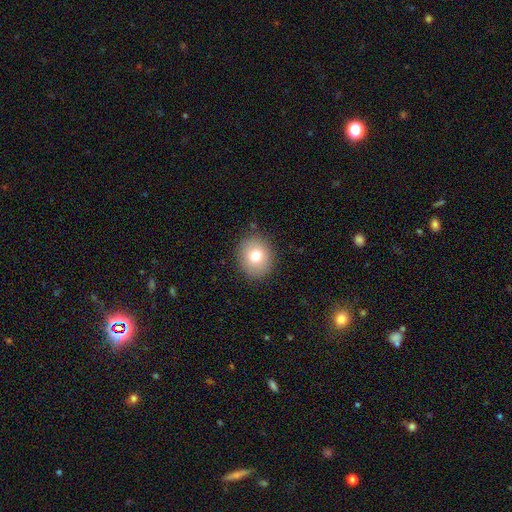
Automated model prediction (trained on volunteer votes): Smooth or featured? Predicted: smooth (p=0.75). How rounded? Predicted: round (p=0.69). Merging? Predicted: none (p=0.87).